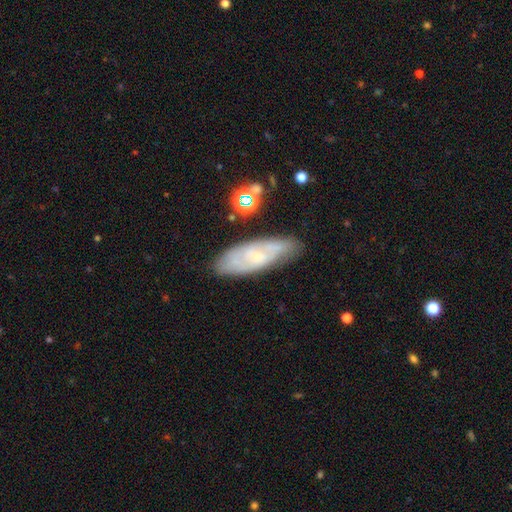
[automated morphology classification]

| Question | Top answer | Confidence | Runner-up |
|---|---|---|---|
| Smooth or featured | featured or disk | 54% | smooth (37%) |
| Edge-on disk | no | 78% | yes (22%) |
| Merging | none | 73% | minor disturbance (18%) |